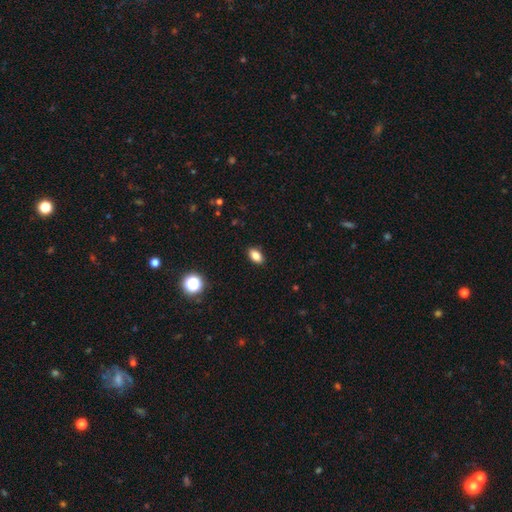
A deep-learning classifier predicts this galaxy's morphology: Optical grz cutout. It shows a smooth galaxy with no disk features (84%) that is in between round and cigar-shaped (89%). Merging: none (90%).